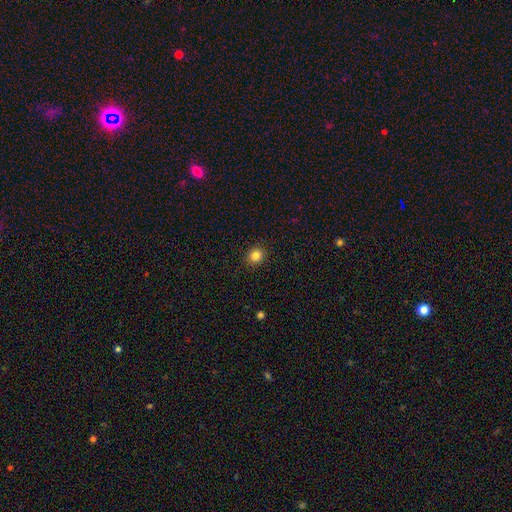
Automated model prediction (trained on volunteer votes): Q: Smooth or featured?
A: smooth (83%); runner-up: star or artifact (12%)
Q: How rounded?
A: round (85%); runner-up: in between (14%)
Q: Merging?
A: none (92%); runner-up: minor disturbance (6%)